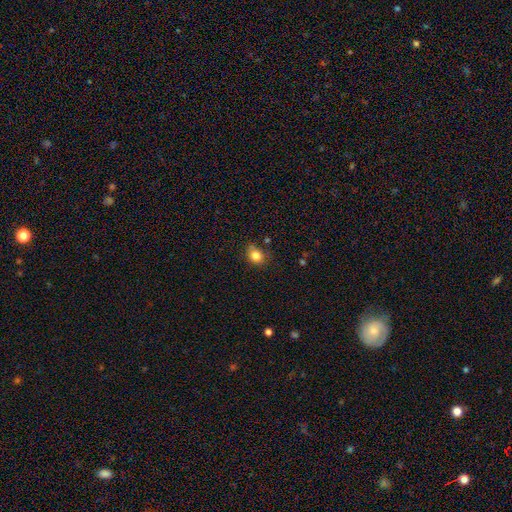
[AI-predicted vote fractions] Smooth or featured? smooth (82%)
How rounded? round (66%)
Merging? none (72%)